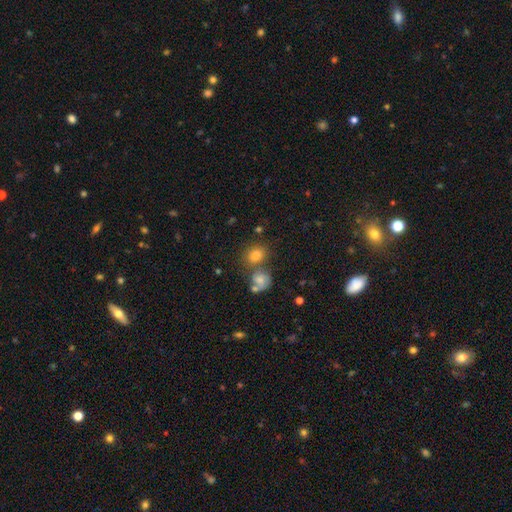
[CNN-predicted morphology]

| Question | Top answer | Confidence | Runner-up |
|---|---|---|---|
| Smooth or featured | smooth | 72% | star or artifact (17%) |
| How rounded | round | 72% | in between (27%) |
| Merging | none | 62% | merger (24%) |